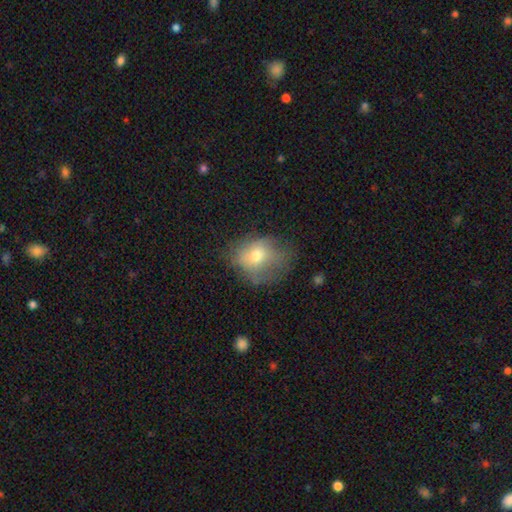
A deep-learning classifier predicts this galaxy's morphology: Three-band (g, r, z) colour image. It shows a smooth galaxy with no disk features (66%) that is in between round and cigar-shaped (51%). Merging: none (40%).